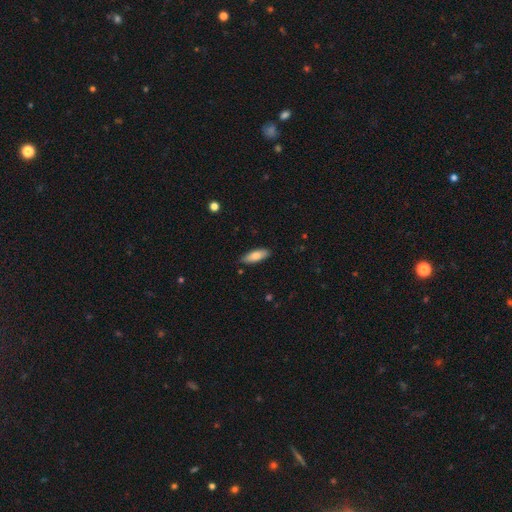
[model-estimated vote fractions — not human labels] Smooth or featured: smooth — 81% (featured or disk — 13%)
How rounded: in between — 64% (cigar-shaped — 35%)
Merging: none — 84% (minor disturbance — 12%)